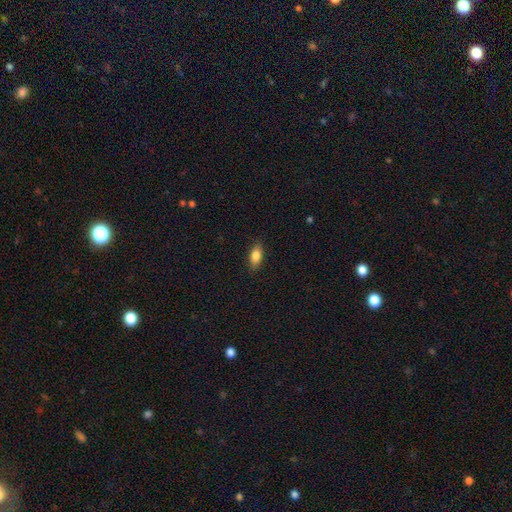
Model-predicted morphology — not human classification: Smooth or featured?
  - smooth: 84% *
  - featured or disk: 9%
  - star or artifact: 7%
How rounded?
  - in between: 85% *
  - cigar-shaped: 11%
  - round: 4%
Merging?
  - none: 86% *
  - minor disturbance: 10%
  - major disturbance: 2%
  - merger: 1%